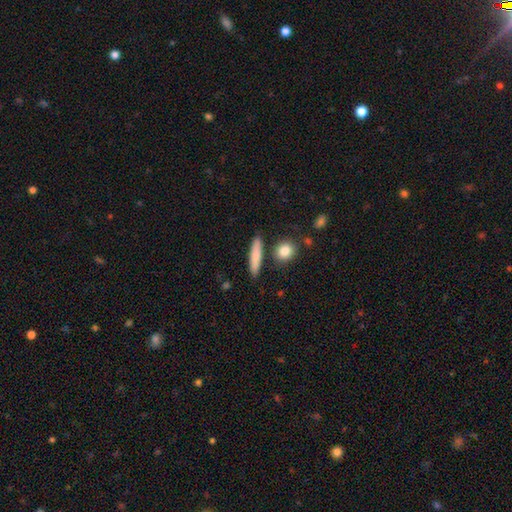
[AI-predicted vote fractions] Smooth or featured? smooth (78%)
How rounded? cigar-shaped (80%)
Merging? none (85%)